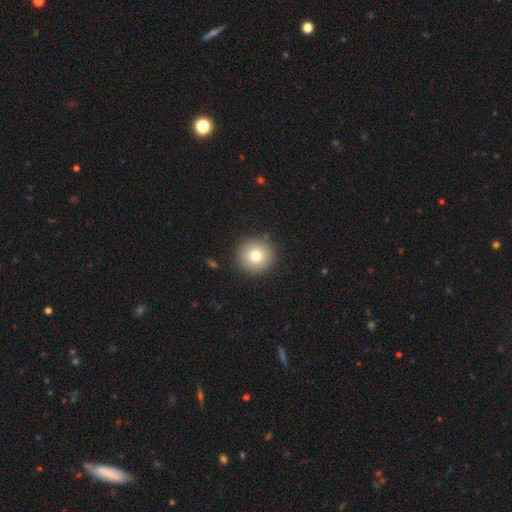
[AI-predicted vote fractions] This appears to be a smooth galaxy with no disk features (78%) that is round (95%). Merging: none (89%).